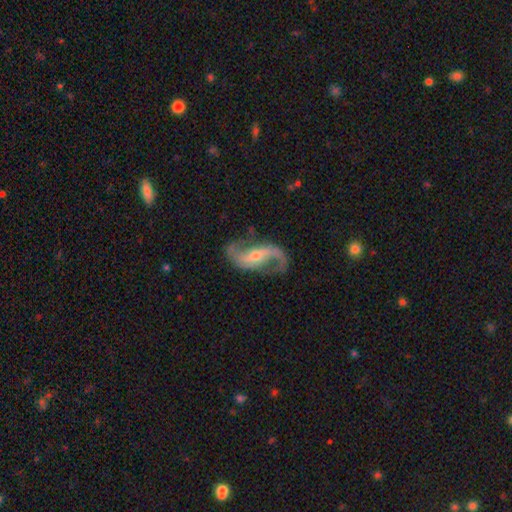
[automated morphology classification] A featured or disk galaxy (91%) with a weak bar (37%), 2 (93%) loose (67%) spiral arms (97%) and a small central bulge (61%). Merging: none (76%).